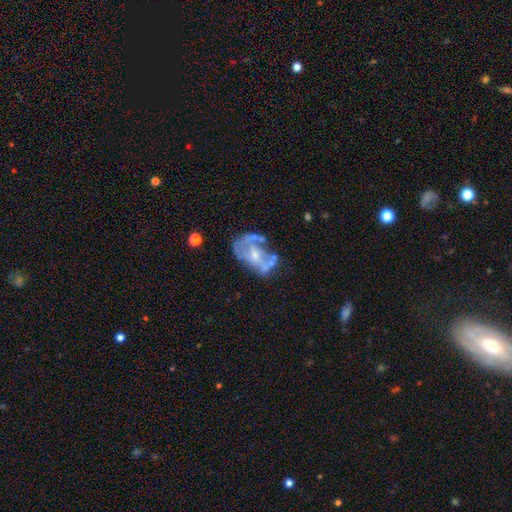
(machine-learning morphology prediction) The model was most divided on "bulge size": small: 45%, moderate: 40%, none: 11%, large: 3%, dominant: 1%. Remaining: edge-on disk — no (96%); smooth or featured — featured or disk (72%); bar — no (60%); spiral arms — no (58%); merging — none (35%).